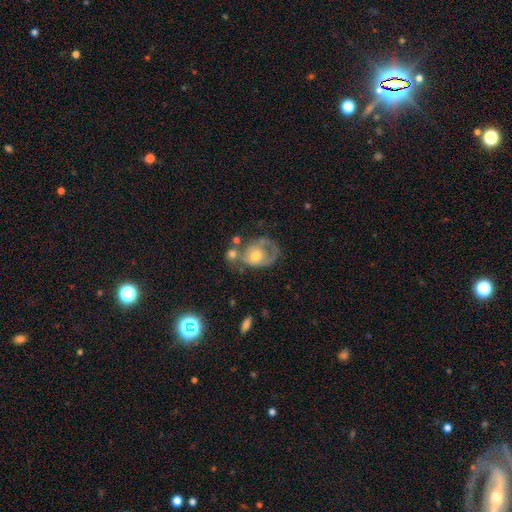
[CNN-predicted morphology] A featured or disk galaxy (58%) with no bar (79%), spiral arms (53%) and a moderate central bulge (64%).

Vote fractions:
- Smooth or featured? featured or disk: 58% / smooth: 32% / star or artifact: 9%
- Edge-on disk? no: 96% / yes: 4%
- Bar? no: 79% / weak: 17% / strong: 4%
- Spiral arms? yes: 53% / no: 47%
- Bulge size? moderate: 64% / small: 23% / large: 10% / none: 3% / dominant: 1%
- Merging? none: 33% / major disturbance: 25% / minor disturbance: 22% / merger: 20%